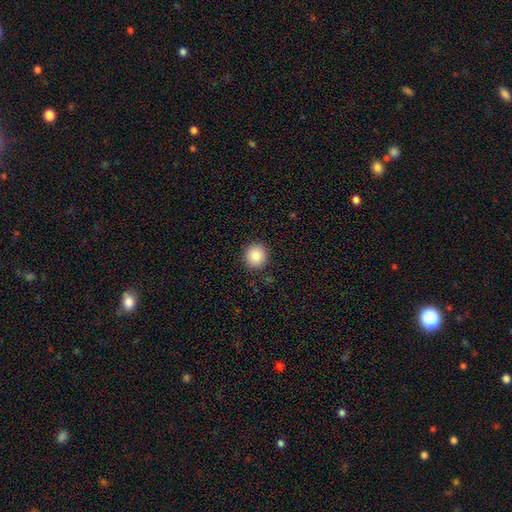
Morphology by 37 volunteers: Smooth or featured: smooth — 84% (featured or disk — 11%)
How rounded: round — 94% (in between — 6%)
Merging: none — 86% (major disturbance — 6%)